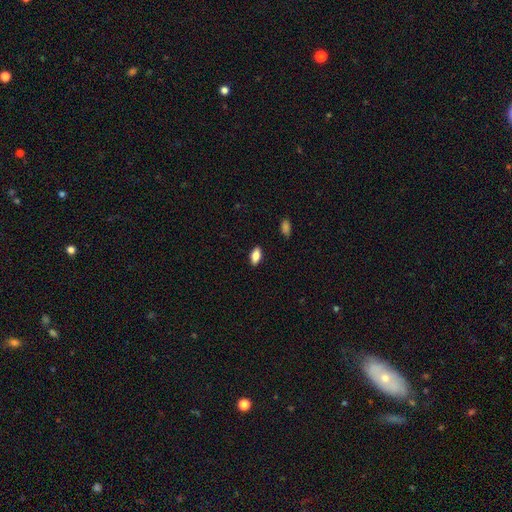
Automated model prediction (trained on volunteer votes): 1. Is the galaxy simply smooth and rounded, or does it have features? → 82% smooth, 11% featured or disk, 7% star or artifact.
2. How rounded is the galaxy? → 89% in between, 8% cigar-shaped, 3% round.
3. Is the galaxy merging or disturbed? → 88% none, 9% minor disturbance, 2% major disturbance, 1% merger.